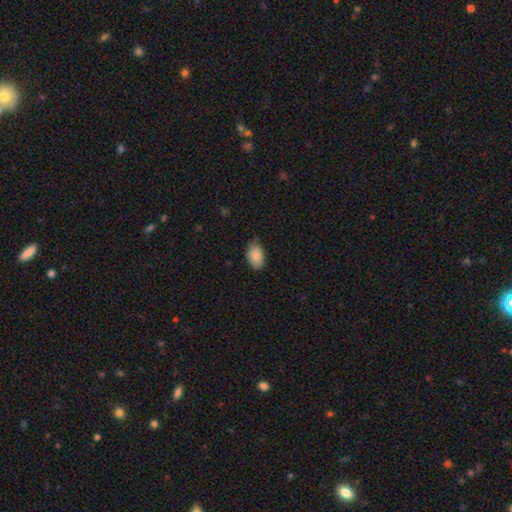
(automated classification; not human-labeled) The model was most divided on "merging": none: 77%, minor disturbance: 19%, major disturbance: 3%, merger: 1%. More confident: how rounded — in between (90%); smooth or featured — smooth (87%).